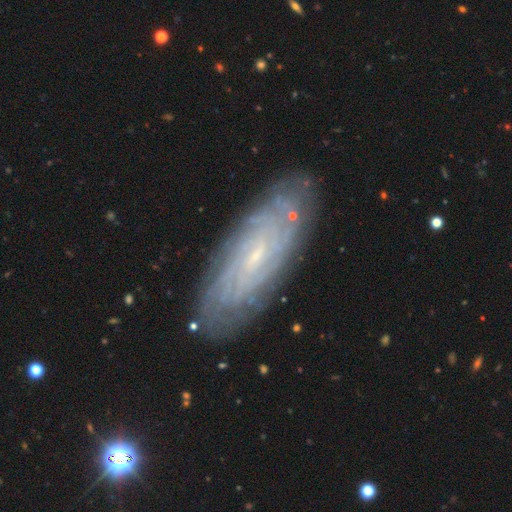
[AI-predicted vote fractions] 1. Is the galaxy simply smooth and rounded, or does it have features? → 80% featured or disk, 13% smooth, 7% star or artifact.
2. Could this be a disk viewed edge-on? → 88% no, 12% yes.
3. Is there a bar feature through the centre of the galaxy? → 54% no, 37% weak, 9% strong.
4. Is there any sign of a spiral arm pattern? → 94% yes, 6% no.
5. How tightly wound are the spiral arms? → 80% tight, 16% medium, 4% loose.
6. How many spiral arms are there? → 54% can't tell, 12% more than 4, 11% 4, 10% 2, 8% 3, 5% 1.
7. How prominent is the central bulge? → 81% small, 12% moderate, 5% none, 1% large, 1% dominant.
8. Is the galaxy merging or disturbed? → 85% none, 11% minor disturbance, 3% major disturbance, 1% merger.